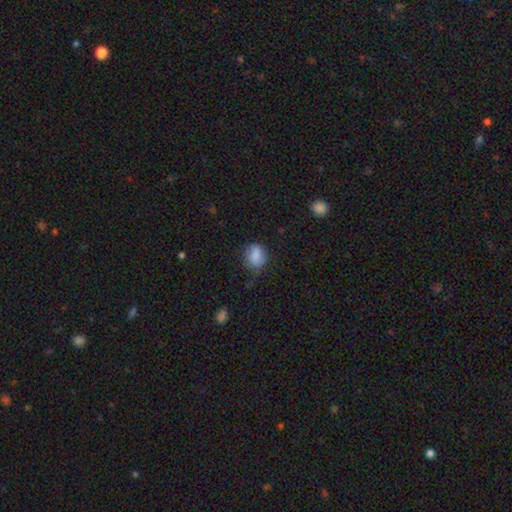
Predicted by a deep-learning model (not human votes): smooth 84%, star or artifact 9%, featured or disk 8%. Down the decision tree: how rounded — round (56%); merging — none (60%).